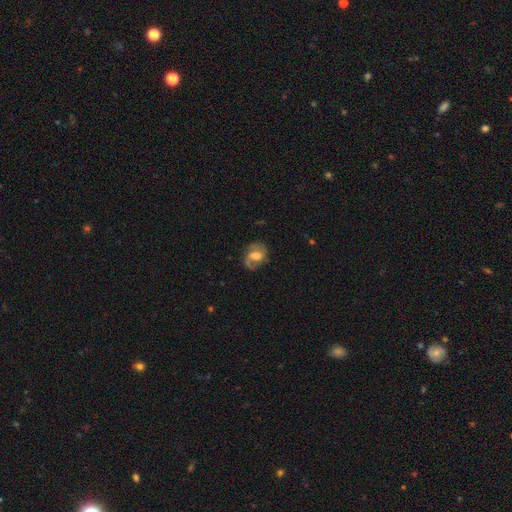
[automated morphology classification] type=featured or disk (66%); edge-on=no (96%); bar=weak (48%); spiral arms=yes (85%); winding=medium (47%); arm count=2 (76%); bulge=moderate (58%); merging=none (68%).